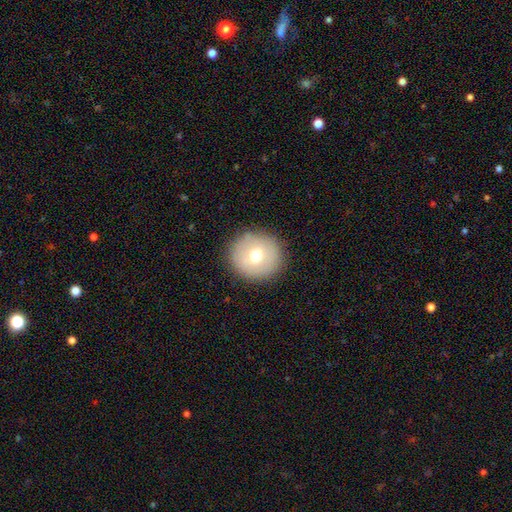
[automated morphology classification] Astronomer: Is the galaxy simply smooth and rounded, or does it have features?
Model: smooth — 67%.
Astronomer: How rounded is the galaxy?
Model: round — 93%.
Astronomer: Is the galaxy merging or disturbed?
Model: none — 88%.